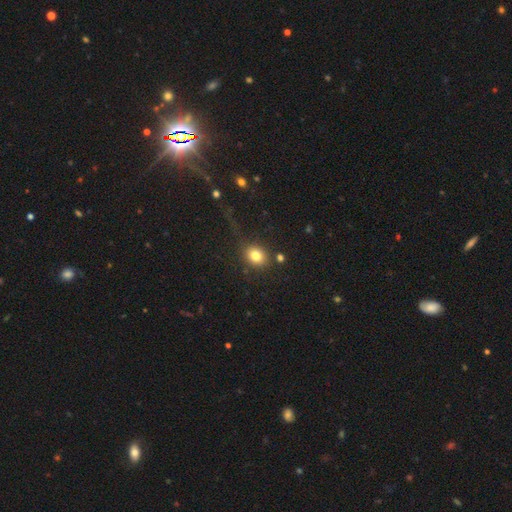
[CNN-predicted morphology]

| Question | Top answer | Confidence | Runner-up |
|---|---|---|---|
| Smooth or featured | smooth | 80% | star or artifact (11%) |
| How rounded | round | 63% | in between (36%) |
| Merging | none | 77% | minor disturbance (11%) |